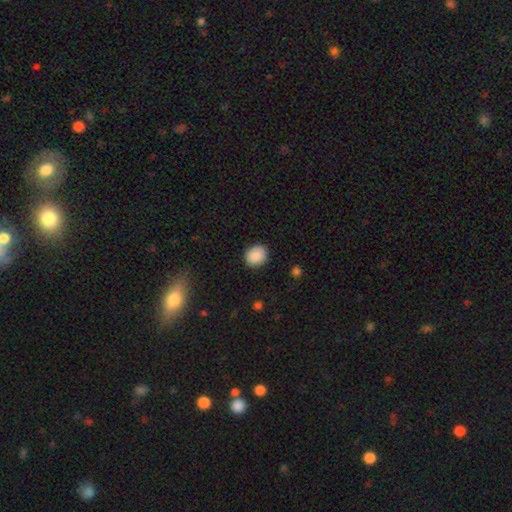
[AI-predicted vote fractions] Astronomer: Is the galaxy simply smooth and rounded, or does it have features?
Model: smooth — 89%.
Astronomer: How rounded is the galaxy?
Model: round — 71%.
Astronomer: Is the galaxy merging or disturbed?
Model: none — 89%.